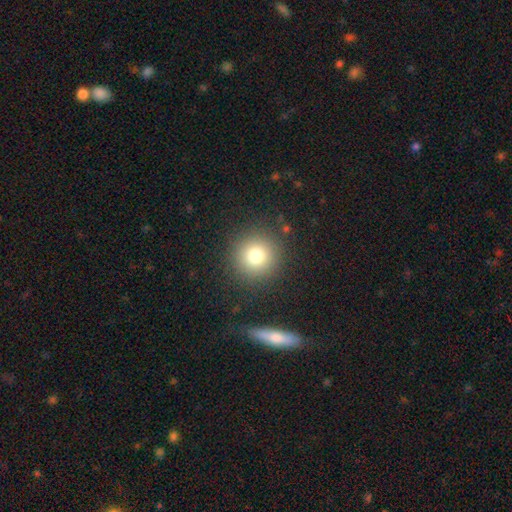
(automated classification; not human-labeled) This is likely a smooth galaxy (77%). How rounded: clearly round (95%). Merging: clearly none (89%).